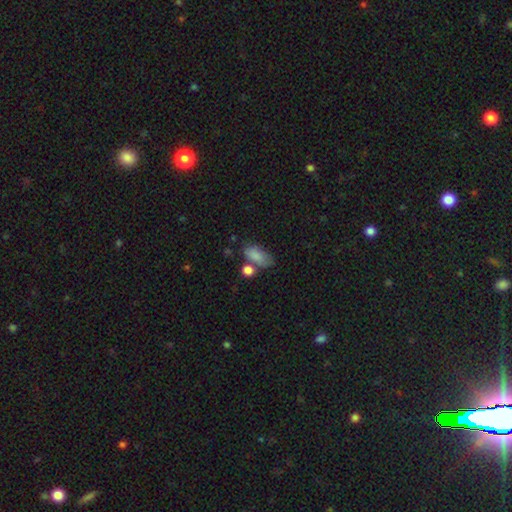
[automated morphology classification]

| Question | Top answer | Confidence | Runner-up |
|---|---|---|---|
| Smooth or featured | smooth | 82% | featured or disk (10%) |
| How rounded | in between | 88% | round (7%) |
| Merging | none | 49% | merger (22%) |